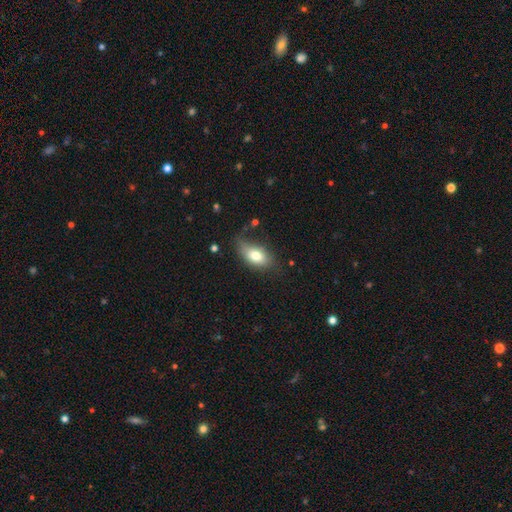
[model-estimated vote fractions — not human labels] smooth-or-featured: smooth: 76% | featured or disk: 16% | star or artifact: 8%
  how-rounded: in between: 90% | round: 6% | cigar-shaped: 4%
  merging: none: 59% | minor disturbance: 28% | major disturbance: 10% | merger: 3%